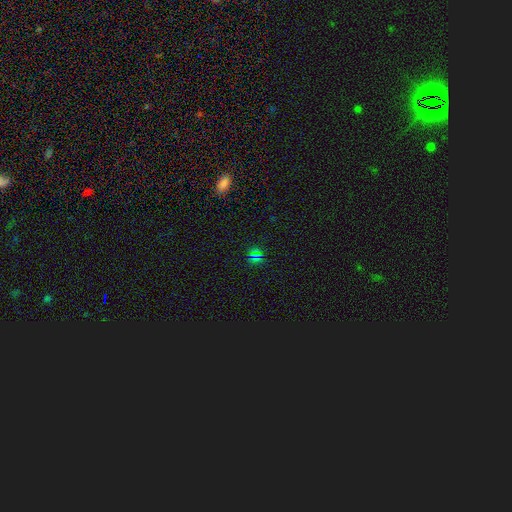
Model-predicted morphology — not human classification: Smooth or featured? star or artifact (55%)